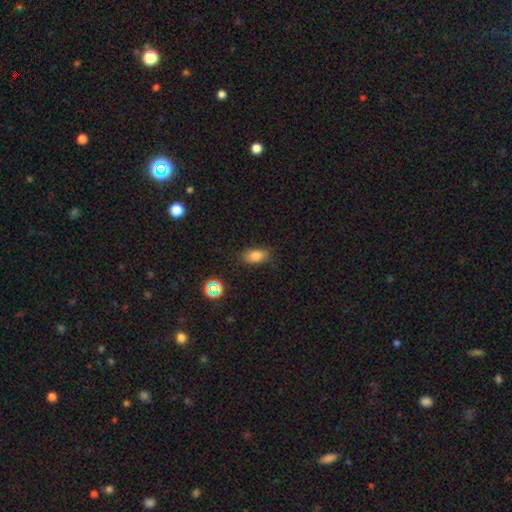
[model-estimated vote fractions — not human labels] A smooth galaxy with no disk features (79%) that is in between round and cigar-shaped (87%). Merging: none (80%).